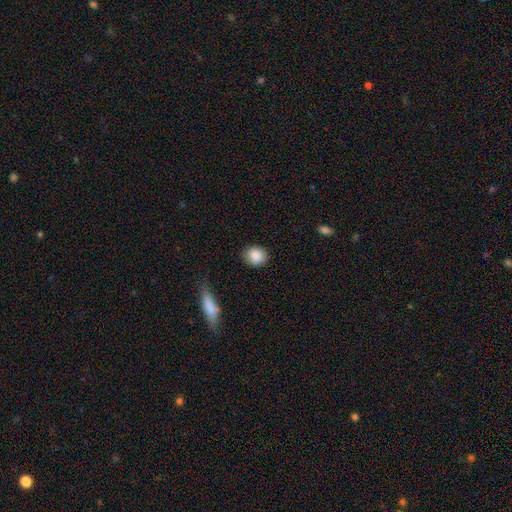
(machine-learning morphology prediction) Smooth or featured: smooth — 88% (star or artifact — 8%)
How rounded: round — 71% (in between — 28%)
Merging: none — 83% (minor disturbance — 12%)